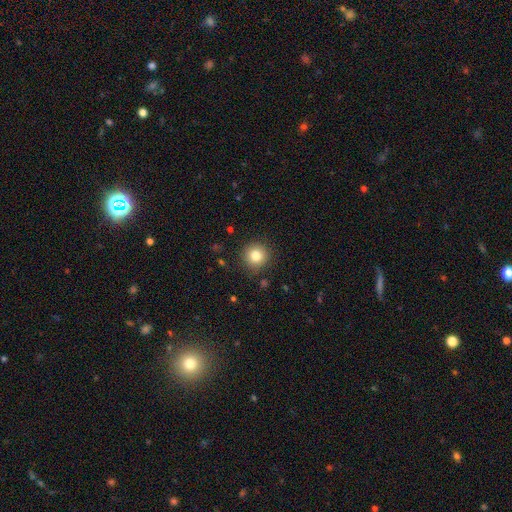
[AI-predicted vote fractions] smooth 81%, star or artifact 11%, featured or disk 8%. Down the decision tree: how rounded — round (95%); merging — none (89%).